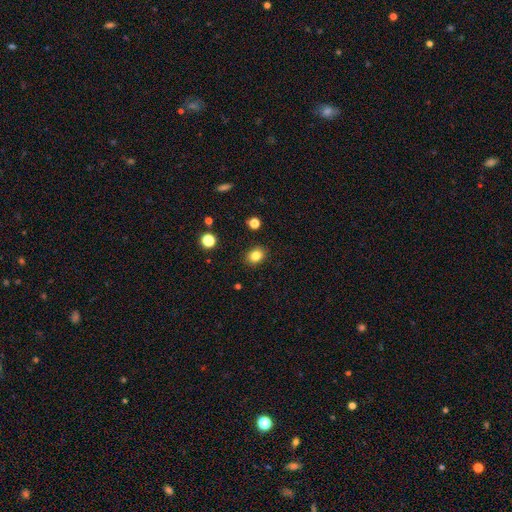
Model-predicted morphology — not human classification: Smooth or featured? Predicted: smooth (p=0.83). How rounded? Predicted: in between (p=0.52). Merging? Predicted: none (p=0.89).